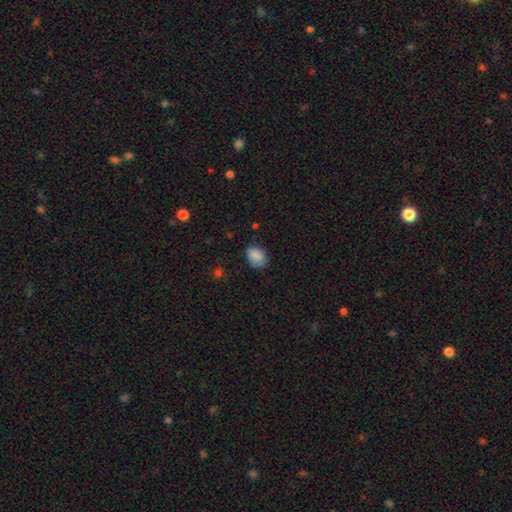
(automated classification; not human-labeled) smooth 87%, star or artifact 8%, featured or disk 5%. Down the decision tree: how rounded — in between (67%); merging — none (73%).